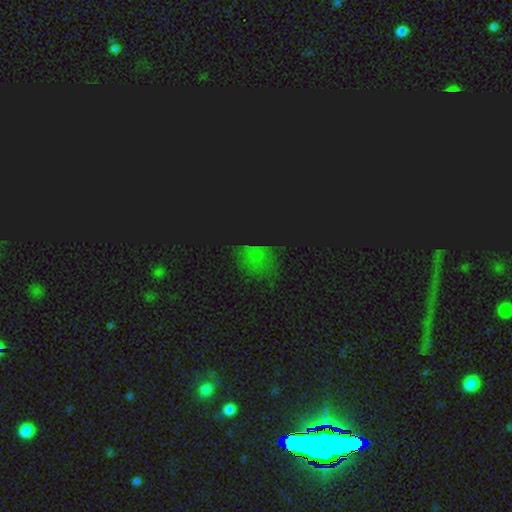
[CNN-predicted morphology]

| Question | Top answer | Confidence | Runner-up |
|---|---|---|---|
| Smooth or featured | star or artifact | 50% | smooth (39%) |